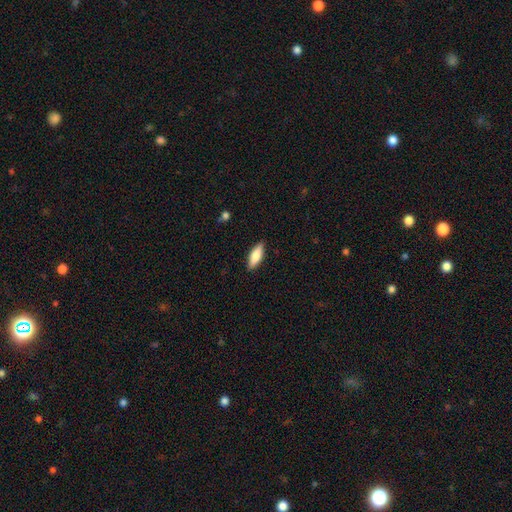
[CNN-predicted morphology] A smooth galaxy with no disk features (72%) that is in between round and cigar-shaped (61%).

Vote fractions:
- Smooth or featured? smooth: 72% / featured or disk: 22% / star or artifact: 6%
- How rounded? in between: 61% / cigar-shaped: 37% / round: 2%
- Merging? none: 88% / minor disturbance: 9% / major disturbance: 2% / merger: 1%